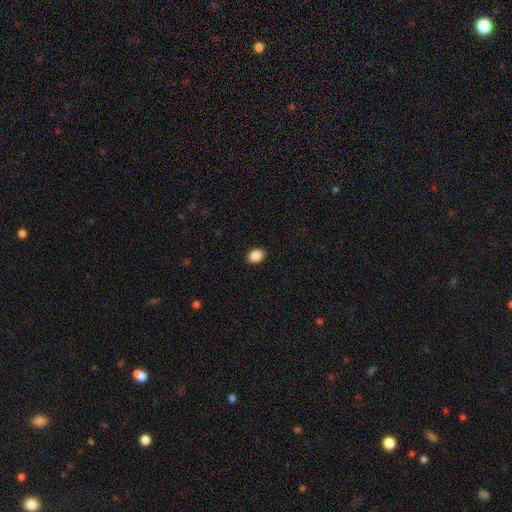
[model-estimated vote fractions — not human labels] smooth-or-featured: smooth: 89% | star or artifact: 8% | featured or disk: 3%
  how-rounded: in between: 73% | round: 26% | cigar-shaped: 1%
  merging: none: 91% | minor disturbance: 7% | major disturbance: 2% | merger: 1%